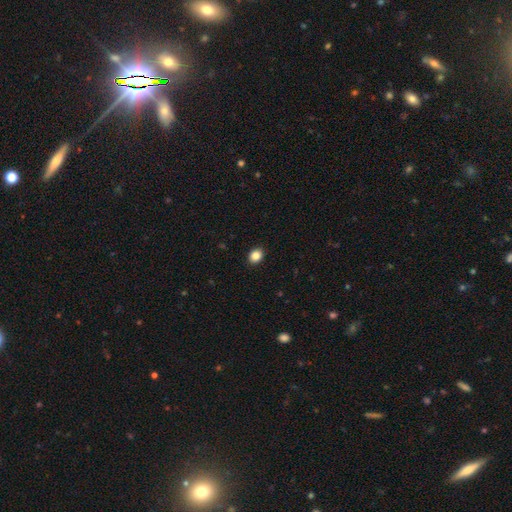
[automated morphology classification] smooth-or-featured: smooth: 87% | star or artifact: 9% | featured or disk: 4%
  how-rounded: in between: 50% | round: 49% | cigar-shaped: 1%
  merging: none: 91% | minor disturbance: 6% | major disturbance: 2% | merger: 1%